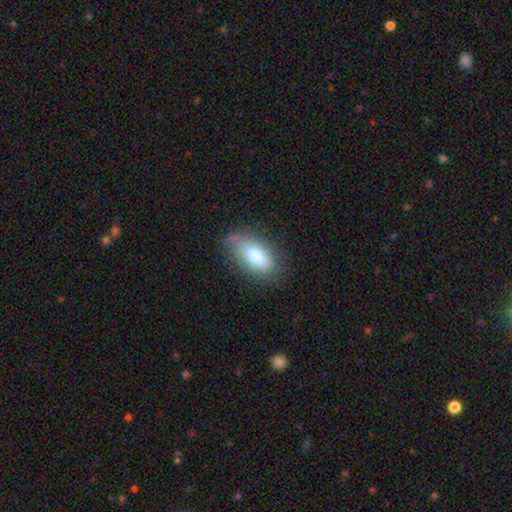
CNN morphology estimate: Smooth or featured: smooth — 76% (featured or disk — 17%)
How rounded: in between — 91% (cigar-shaped — 6%)
Merging: none — 65% (minor disturbance — 25%)